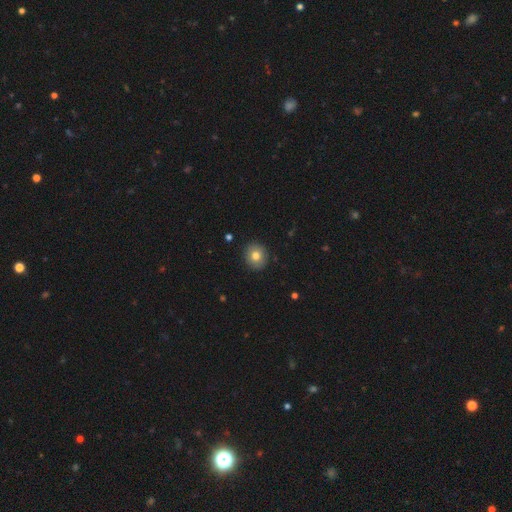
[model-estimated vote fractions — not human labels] Smooth or featured? smooth (78%)
How rounded? round (83%)
Merging? none (90%)